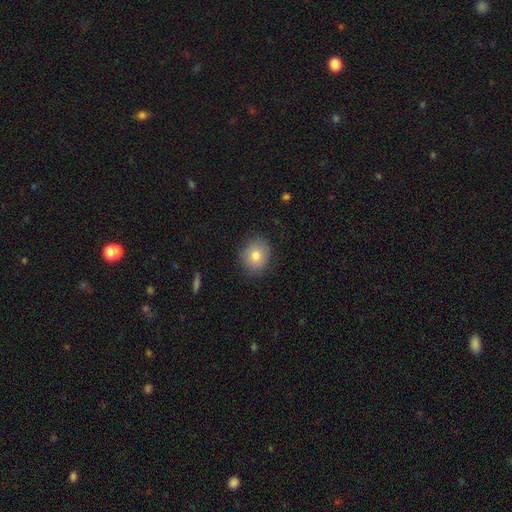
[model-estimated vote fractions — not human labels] This is likely a smooth galaxy (78%). How rounded: likely round (74%). Merging: clearly none (83%).